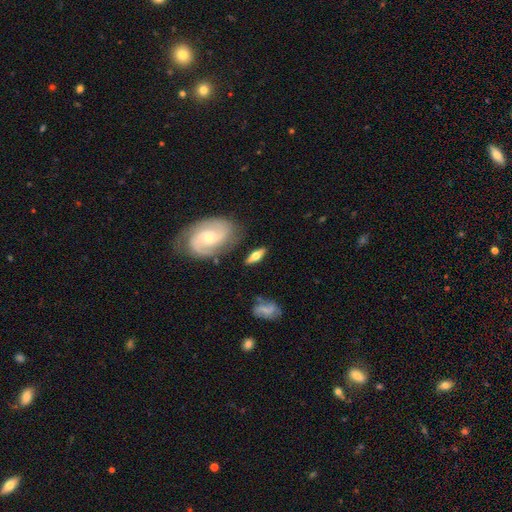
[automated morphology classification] featured or disk 57%, smooth 37%, star or artifact 7%. Down the decision tree: edge-on disk — yes (55%); merging — none (76%).